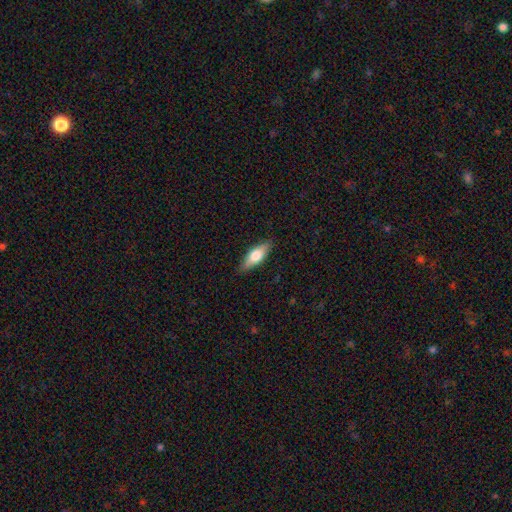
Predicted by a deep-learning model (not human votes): Q: Smooth or featured?
A: smooth (66%); runner-up: featured or disk (29%)
Q: How rounded?
A: in between (63%); runner-up: cigar-shaped (34%)
Q: Merging?
A: none (87%); runner-up: minor disturbance (10%)